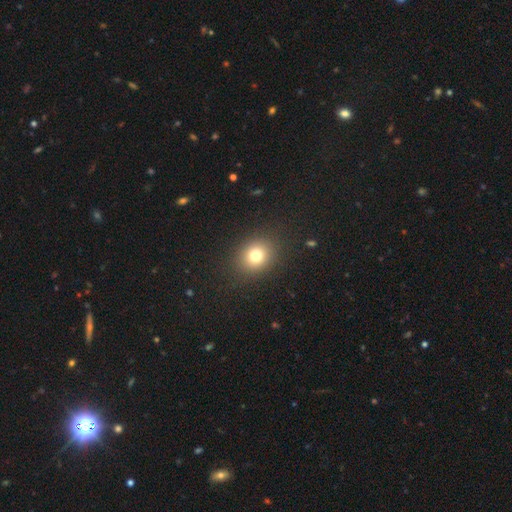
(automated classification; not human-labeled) Morphology: type=smooth (77%); roundness=round (69%); merging=none (88%).